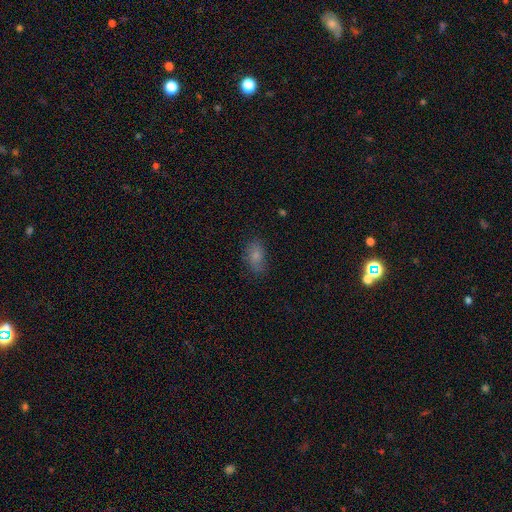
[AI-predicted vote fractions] Overall: smooth (78%). How rounded: in between (89%). Merging: none (75%).